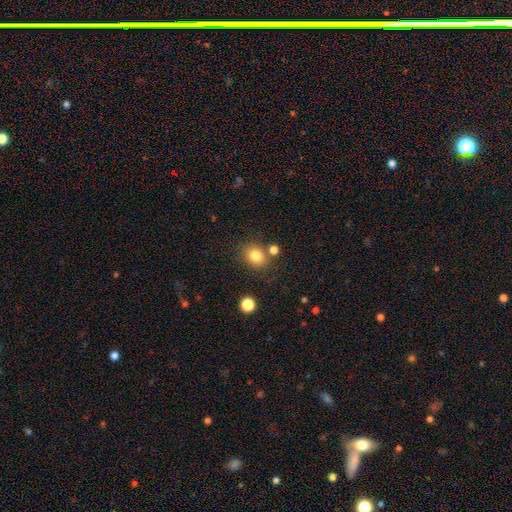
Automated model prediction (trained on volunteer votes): smooth-or-featured: smooth: 81% | star or artifact: 11% | featured or disk: 7%
  how-rounded: round: 61% | in between: 39% | cigar-shaped: 1%
  merging: none: 75% | minor disturbance: 12% | merger: 10% | major disturbance: 4%